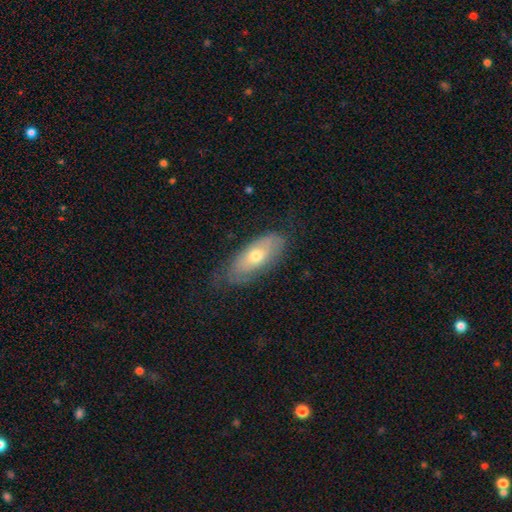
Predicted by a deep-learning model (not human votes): A smooth galaxy with no disk features (47%). Merging: none (70%).